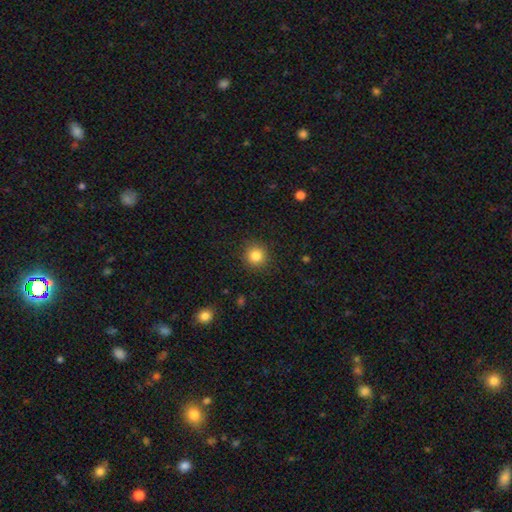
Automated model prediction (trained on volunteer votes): Smooth or featured? Predicted: smooth (p=0.84). How rounded? Predicted: round (p=0.93). Merging? Predicted: none (p=0.90).